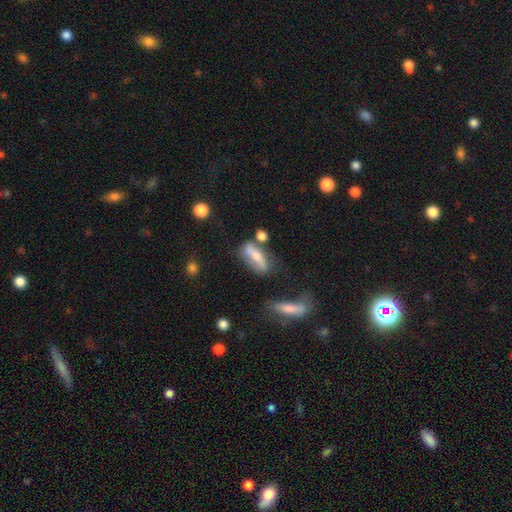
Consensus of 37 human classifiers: Overall: smooth (57%; featured or disk 38%). How rounded: in between (71%). Merging: none (40%; major disturbance 23%).